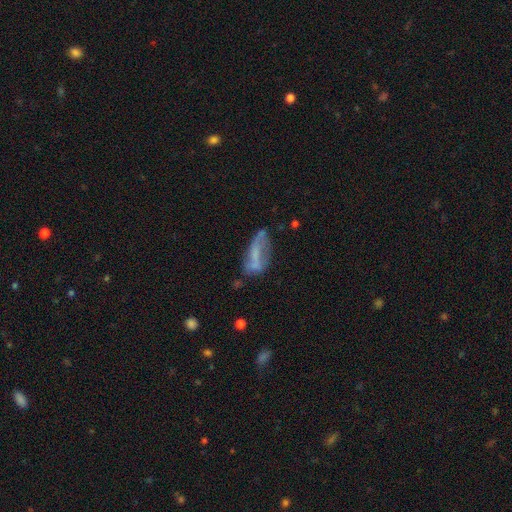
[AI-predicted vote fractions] Overall: featured or disk (47%; smooth 42%). Merging: none (39%; minor disturbance 29%).